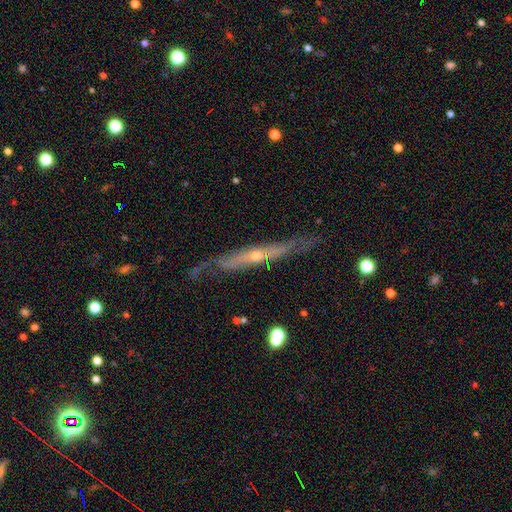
Q: Smooth or featured?
A: featured or disk (89%); runner-up: smooth (8%)
Q: Edge-on disk?
A: yes (55%); runner-up: no (45%)
Q: Edge-on bulge?
A: rounded (78%); runner-up: none (22%)
Q: Merging?
A: none (83%); runner-up: minor disturbance (8%)